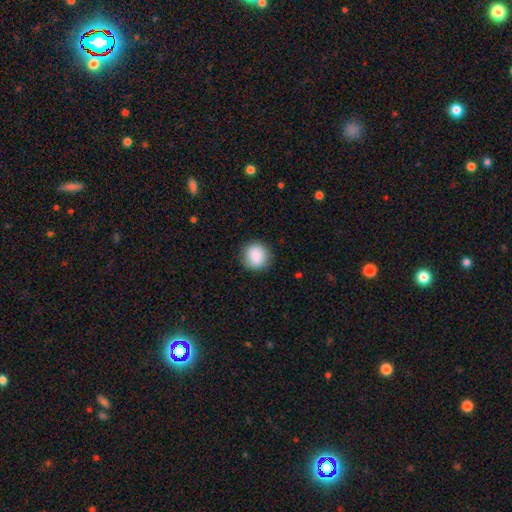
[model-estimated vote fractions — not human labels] Overall: smooth (86%). How rounded: round (90%). Merging: none (89%).